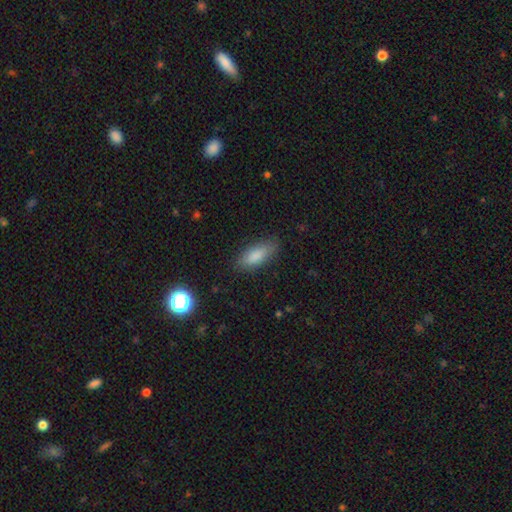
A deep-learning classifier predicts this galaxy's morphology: This is clearly a smooth galaxy (85%). How rounded: likely in between (73%). Merging: clearly none (82%).